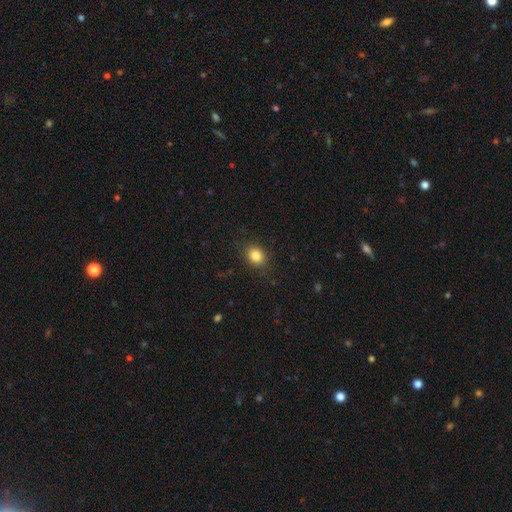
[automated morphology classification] The model was most divided on "how rounded": round: 50%, in between: 49%, cigar-shaped: 1%. More confident: merging — none (86%); smooth or featured — smooth (84%).